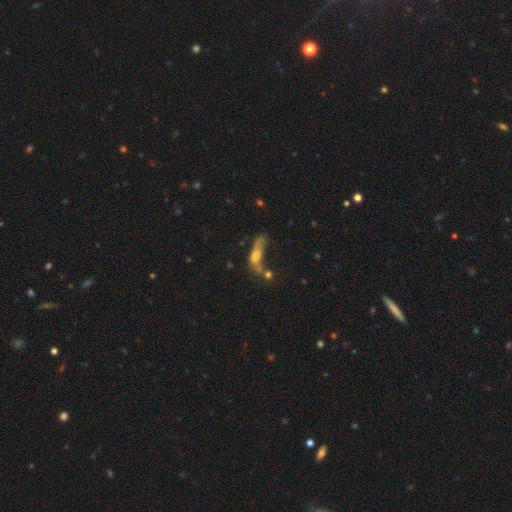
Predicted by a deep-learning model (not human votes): smooth-or-featured: featured or disk: 43% | smooth: 40% | star or artifact: 17%
  merging: major disturbance: 34% | merger: 27% | none: 23% | minor disturbance: 16%